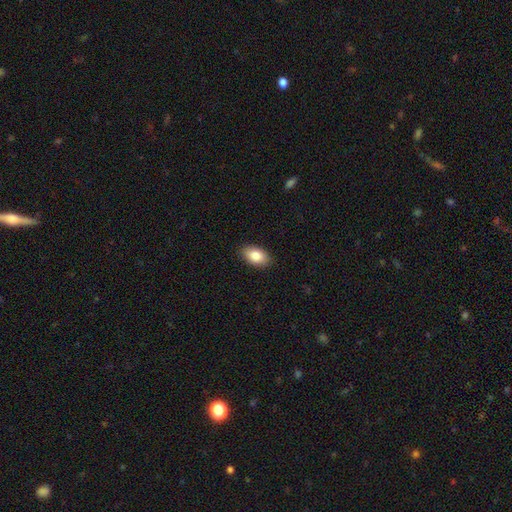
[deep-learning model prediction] A smooth galaxy with no disk features (85%) that is in between round and cigar-shaped (92%).

Vote fractions:
- Smooth or featured? smooth: 85% / featured or disk: 8% / star or artifact: 7%
- How rounded? in between: 92% / round: 6% / cigar-shaped: 2%
- Merging? none: 89% / minor disturbance: 8% / major disturbance: 2% / merger: 1%